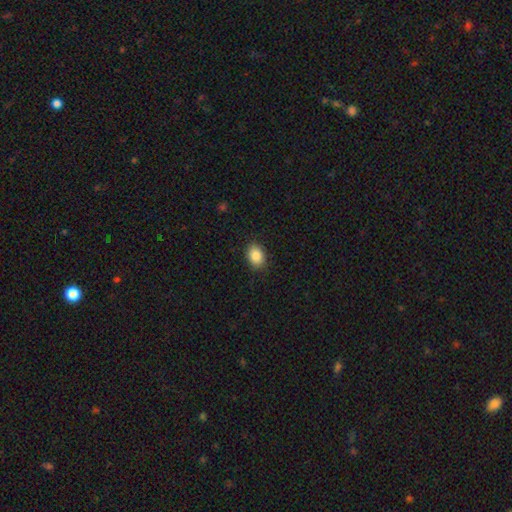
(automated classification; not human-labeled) smooth 87%, star or artifact 8%, featured or disk 5%. Down the decision tree: how rounded — in between (72%); merging — none (87%).